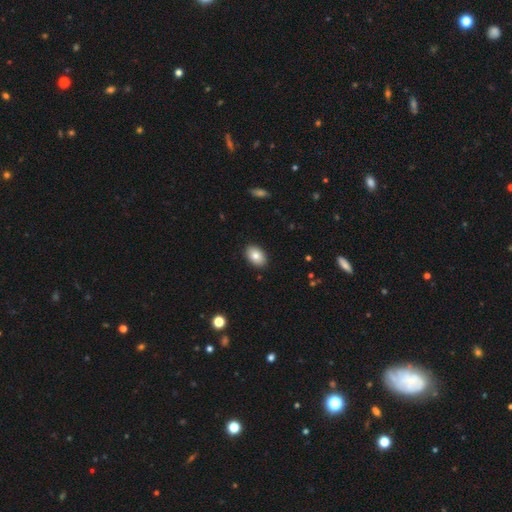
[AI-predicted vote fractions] Smooth or featured? smooth (84%)
How rounded? in between (89%)
Merging? none (89%)